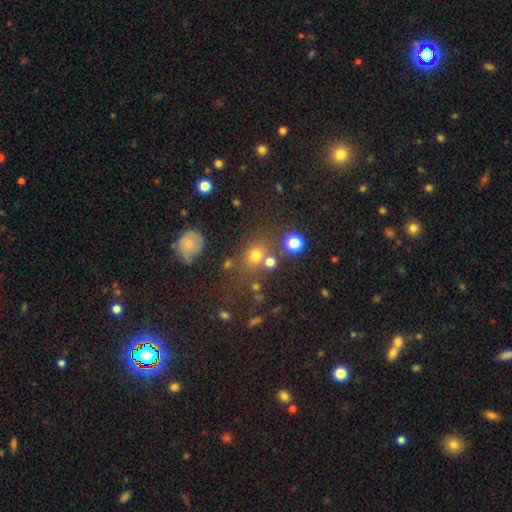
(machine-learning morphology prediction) A smooth galaxy with no disk features (70%) that is round (73%).

Vote fractions:
- Smooth or featured? smooth: 70% / star or artifact: 20% / featured or disk: 11%
- How rounded? round: 73% / in between: 26% / cigar-shaped: 1%
- Merging? none: 65% / merger: 17% / minor disturbance: 12% / major disturbance: 6%